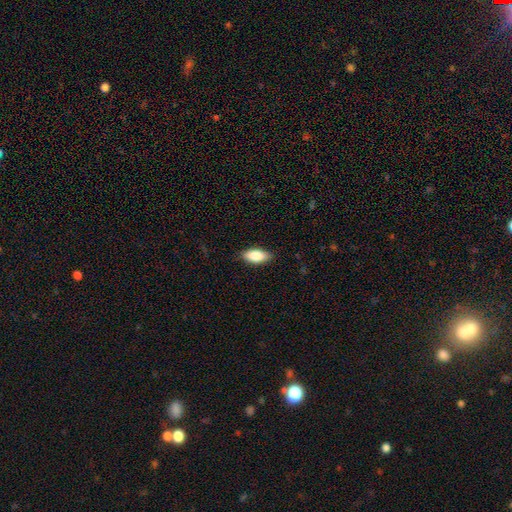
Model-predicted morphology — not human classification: A smooth galaxy with no disk features (84%) that is in between round and cigar-shaped (87%).

Vote fractions:
- Smooth or featured? smooth: 84% / featured or disk: 9% / star or artifact: 6%
- How rounded? in between: 87% / cigar-shaped: 10% / round: 3%
- Merging? none: 84% / minor disturbance: 12% / major disturbance: 2% / merger: 1%